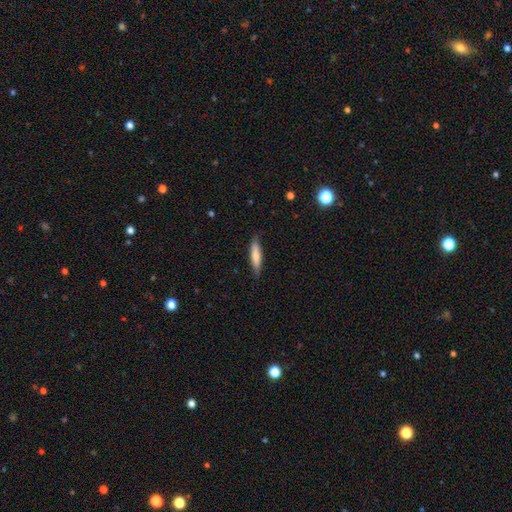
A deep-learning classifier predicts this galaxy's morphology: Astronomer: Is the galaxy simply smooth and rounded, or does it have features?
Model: smooth — 75%.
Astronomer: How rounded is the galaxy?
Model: cigar-shaped — 78%.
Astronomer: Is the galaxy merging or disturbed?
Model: none — 82%.